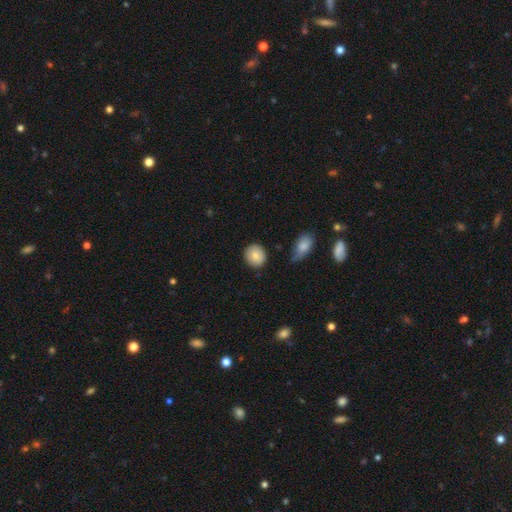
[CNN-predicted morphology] The model was most divided on "how rounded": round: 85%, in between: 14%, cigar-shaped: 1%. More confident: smooth or featured — smooth (84%); merging — none (84%).